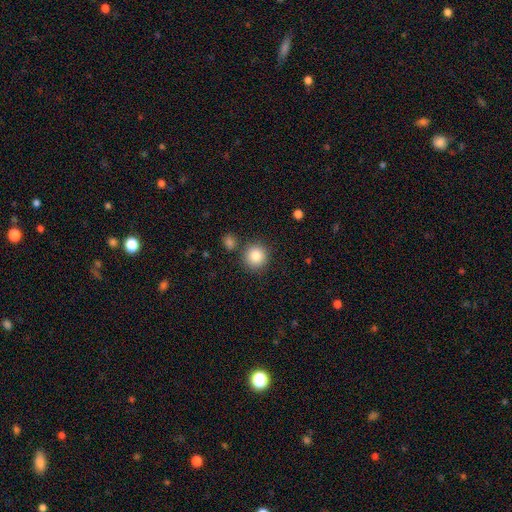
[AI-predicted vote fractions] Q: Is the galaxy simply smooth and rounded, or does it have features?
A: smooth — 85%.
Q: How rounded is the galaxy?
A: round — 92%.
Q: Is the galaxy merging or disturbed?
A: none — 82%.